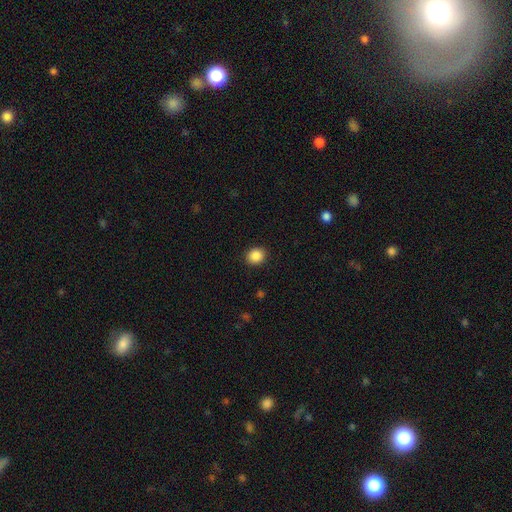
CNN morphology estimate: The model was most divided on "how rounded": round: 72%, in between: 27%, cigar-shaped: 1%. More confident: merging — none (91%); smooth or featured — smooth (88%).